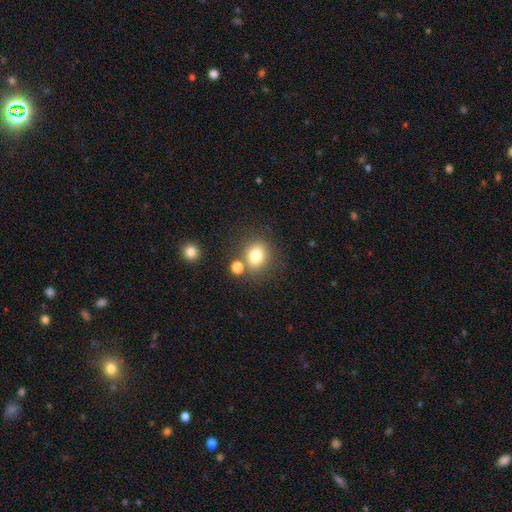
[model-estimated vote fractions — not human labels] A smooth galaxy with no disk features (78%) that is round (71%).

Vote fractions:
- Smooth or featured? smooth: 78% / star or artifact: 13% / featured or disk: 9%
- How rounded? round: 71% / in between: 28% / cigar-shaped: 1%
- Merging? none: 71% / merger: 14% / minor disturbance: 11% / major disturbance: 4%